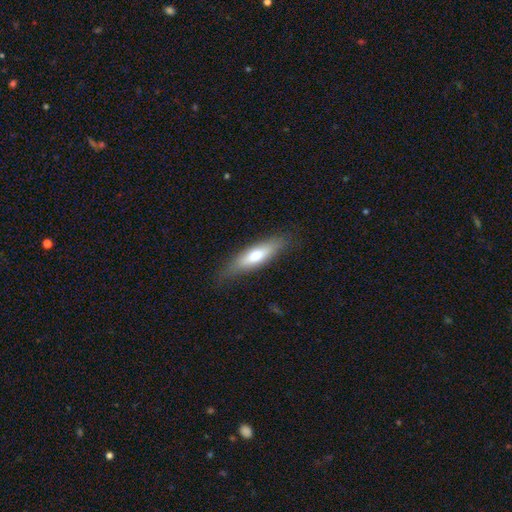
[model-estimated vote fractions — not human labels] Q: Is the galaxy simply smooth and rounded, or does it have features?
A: smooth — 62%.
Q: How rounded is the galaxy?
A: cigar-shaped — 63%.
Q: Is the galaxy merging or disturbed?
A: none — 81%.